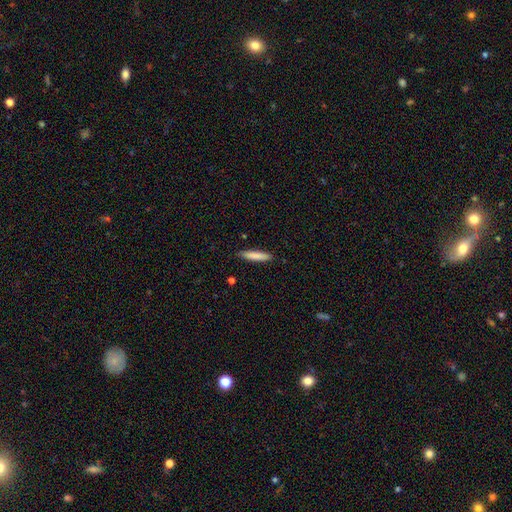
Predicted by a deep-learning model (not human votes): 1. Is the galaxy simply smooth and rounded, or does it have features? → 83% smooth, 11% featured or disk, 6% star or artifact.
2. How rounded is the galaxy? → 89% cigar-shaped, 10% in between, 1% round.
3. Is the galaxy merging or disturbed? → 87% none, 10% minor disturbance, 2% major disturbance, 1% merger.